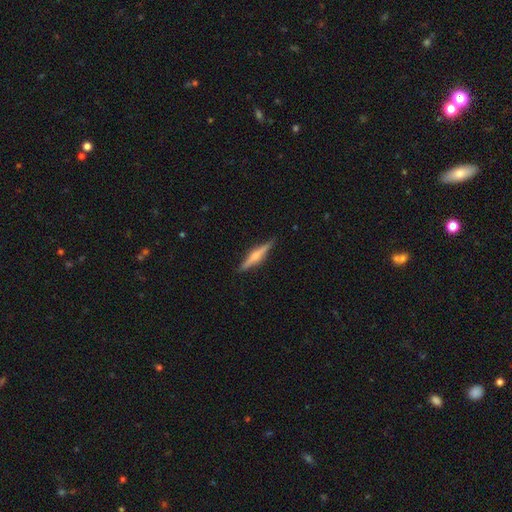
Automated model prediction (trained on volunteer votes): This is likely a featured or disk galaxy (62%). It is clearly viewed edge-on (97%). Edge-on bulge: likely rounded (73%). Merging: clearly none (89%).